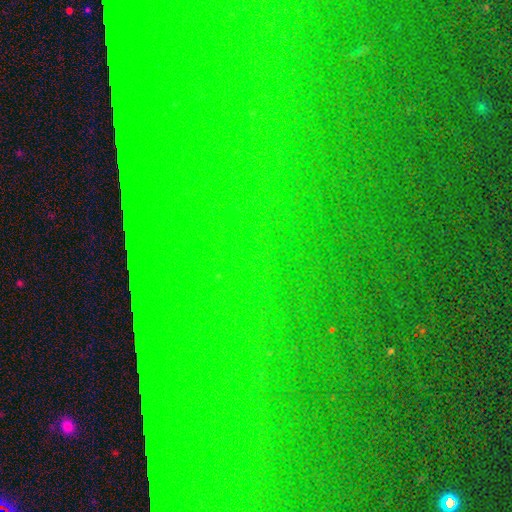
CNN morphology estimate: This is clearly a star or artifact rather than a galaxy (84%).